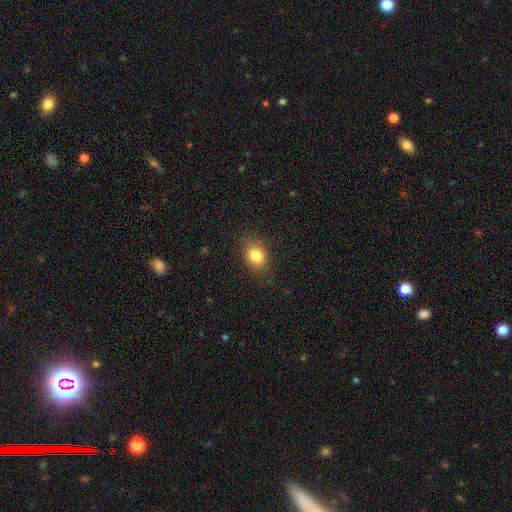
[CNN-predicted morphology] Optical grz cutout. It shows a smooth galaxy with no disk features (83%) that is in between round and cigar-shaped (55%). Merging: none (83%).